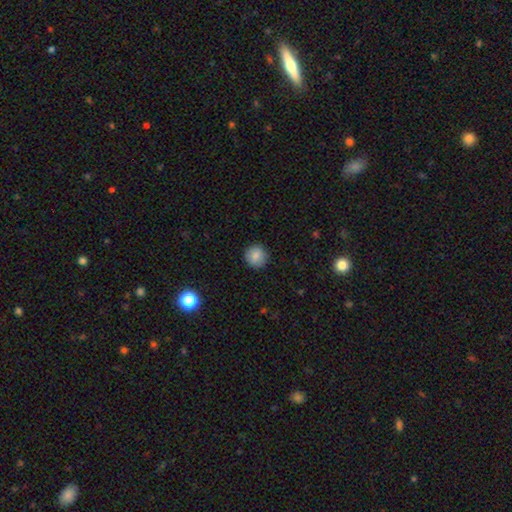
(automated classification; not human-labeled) A smooth galaxy with no disk features (86%) that is round (93%).

Vote fractions:
- Smooth or featured? smooth: 86% / star or artifact: 9% / featured or disk: 5%
- How rounded? round: 93% / in between: 6% / cigar-shaped: 1%
- Merging? none: 90% / minor disturbance: 7% / major disturbance: 2% / merger: 1%